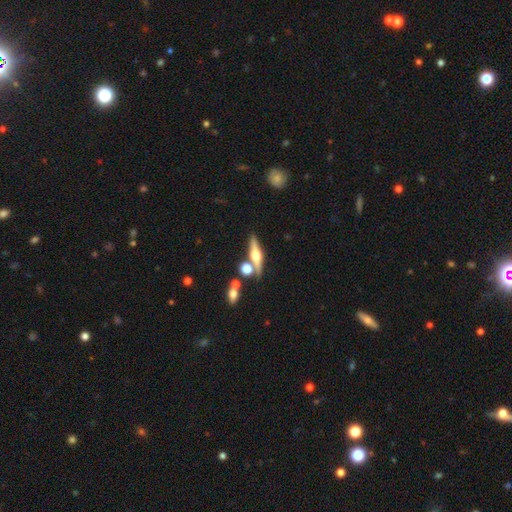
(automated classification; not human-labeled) Smooth or featured? featured or disk (69%)
Edge-on disk? yes (95%)
Edge-on bulge? rounded (95%)
Merging? none (74%)